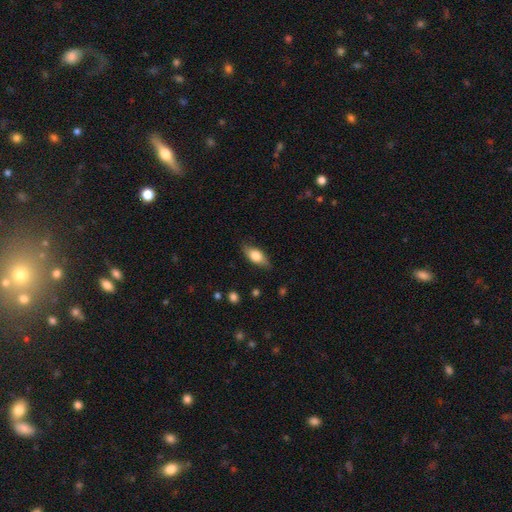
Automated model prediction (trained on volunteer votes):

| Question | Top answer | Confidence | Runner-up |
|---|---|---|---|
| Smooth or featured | smooth | 70% | featured or disk (23%) |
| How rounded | in between | 81% | cigar-shaped (16%) |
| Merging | none | 82% | minor disturbance (14%) |